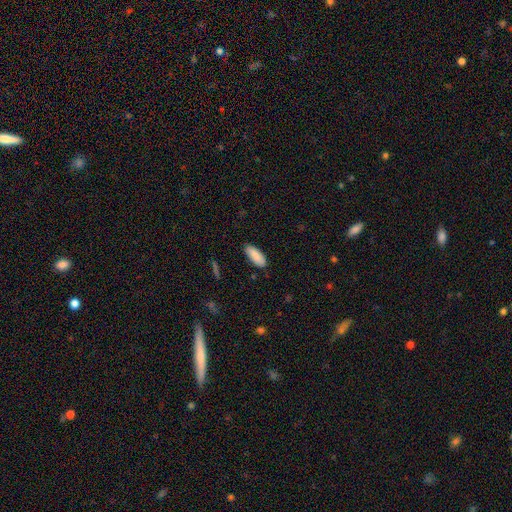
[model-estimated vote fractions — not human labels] A smooth galaxy with no disk features (89%) that is in between round and cigar-shaped (78%).

Vote fractions:
- Smooth or featured? smooth: 89% / star or artifact: 6% / featured or disk: 6%
- How rounded? in between: 78% / cigar-shaped: 21% / round: 1%
- Merging? none: 87% / minor disturbance: 10% / major disturbance: 2% / merger: 1%